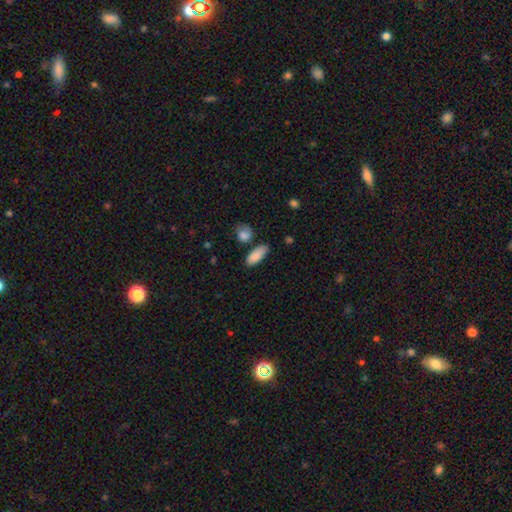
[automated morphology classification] A smooth galaxy with no disk features (87%) that is in between round and cigar-shaped (76%).

Vote fractions:
- Smooth or featured? smooth: 87% / star or artifact: 7% / featured or disk: 6%
- How rounded? in between: 76% / cigar-shaped: 21% / round: 3%
- Merging? none: 72% / minor disturbance: 17% / merger: 7% / major disturbance: 4%